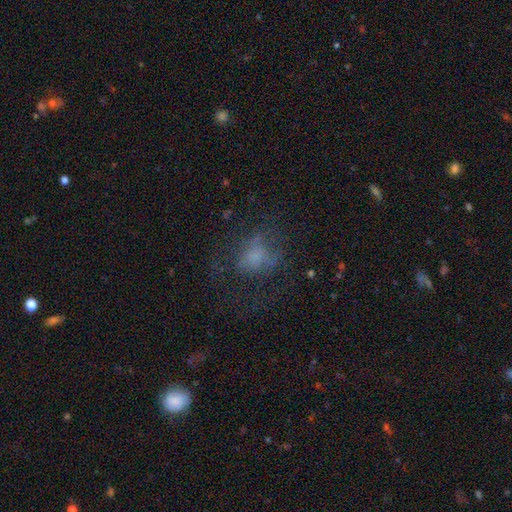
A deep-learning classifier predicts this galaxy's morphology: A smooth galaxy with no disk features (50%) that is round (50%). Merging: none (46%).